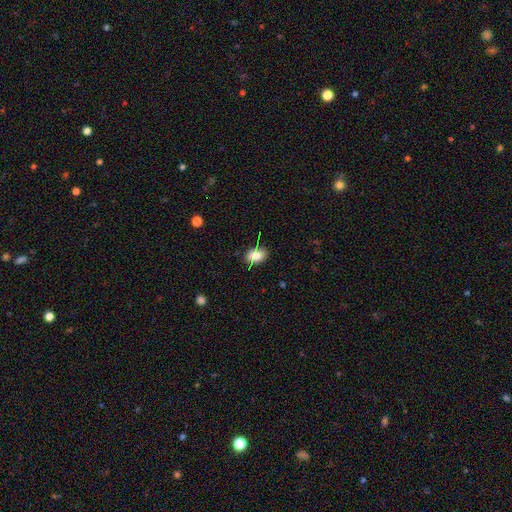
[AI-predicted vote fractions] smooth-or-featured: smooth: 83% | star or artifact: 9% | featured or disk: 8%
  how-rounded: in between: 78% | round: 21% | cigar-shaped: 1%
  merging: none: 80% | minor disturbance: 16% | major disturbance: 3% | merger: 2%